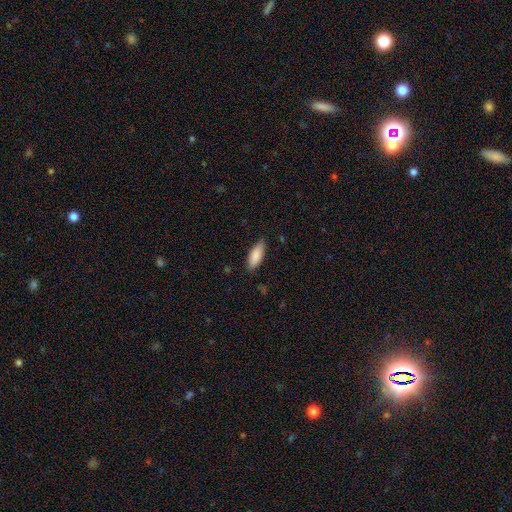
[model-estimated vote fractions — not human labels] This appears to be a smooth galaxy with no disk features (87%) that is in between round and cigar-shaped (75%). Merging: none (80%).